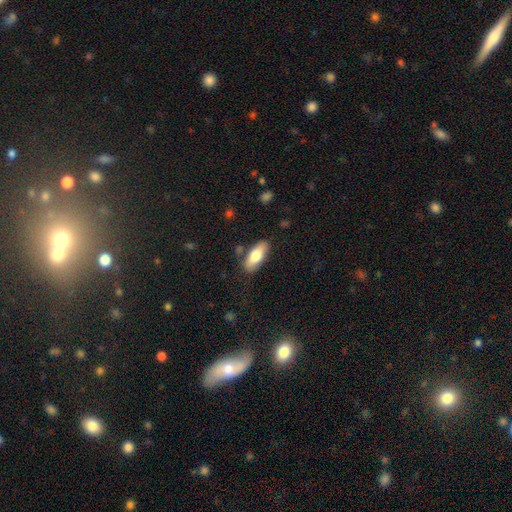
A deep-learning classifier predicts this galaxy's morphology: smooth-or-featured: smooth: 74% | featured or disk: 21% | star or artifact: 6%
  how-rounded: in between: 77% | cigar-shaped: 21% | round: 2%
  merging: none: 80% | minor disturbance: 14% | major disturbance: 3% | merger: 3%